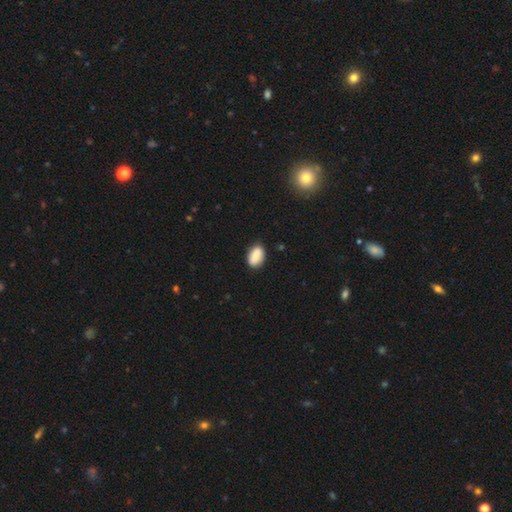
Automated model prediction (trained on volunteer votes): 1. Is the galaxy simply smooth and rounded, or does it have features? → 85% smooth, 7% featured or disk, 7% star or artifact.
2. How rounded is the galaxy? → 89% in between, 9% round, 2% cigar-shaped.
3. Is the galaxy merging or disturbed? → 81% none, 15% minor disturbance, 2% major disturbance, 2% merger.